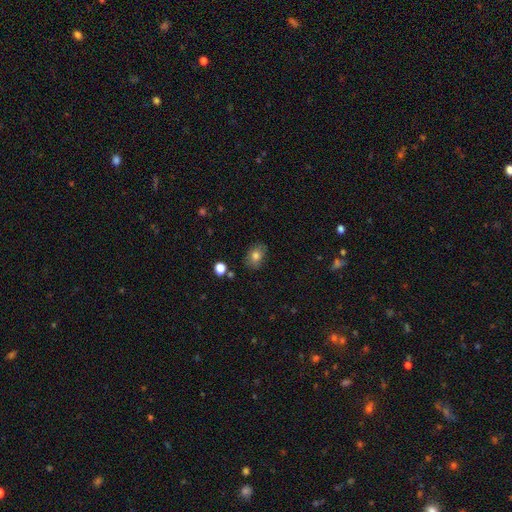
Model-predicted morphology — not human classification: Smooth or featured? smooth (78%)
How rounded? in between (75%)
Merging? none (80%)